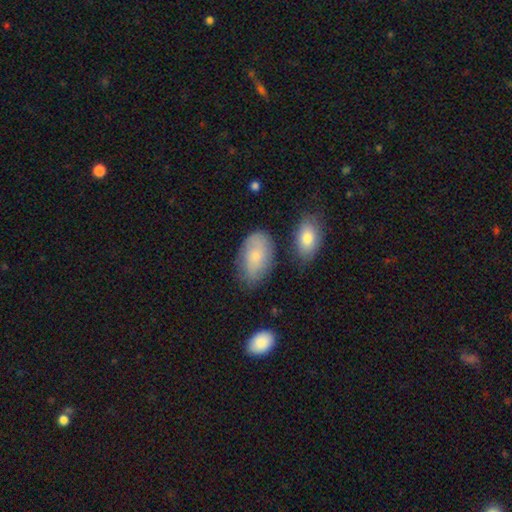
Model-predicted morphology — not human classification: Smooth or featured? Predicted: smooth (p=0.62). How rounded? Predicted: in between (p=0.91). Merging? Predicted: none (p=0.66).